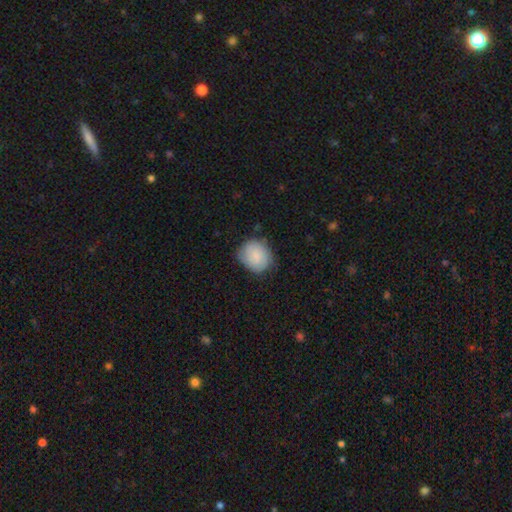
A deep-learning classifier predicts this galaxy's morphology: Q: Smooth or featured?
A: smooth (74%); runner-up: featured or disk (20%)
Q: How rounded?
A: round (75%); runner-up: in between (24%)
Q: Merging?
A: none (73%); runner-up: minor disturbance (21%)